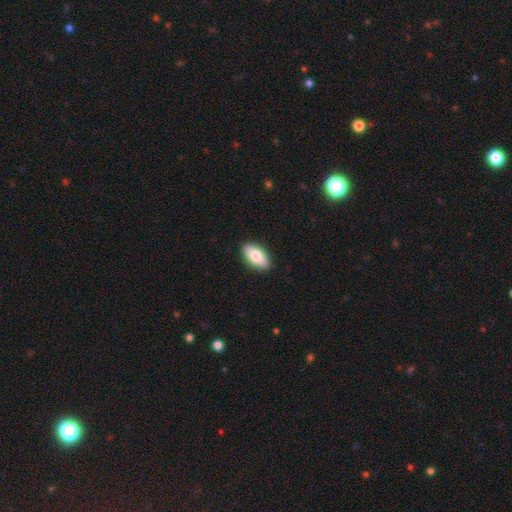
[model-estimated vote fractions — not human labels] Smooth or featured? smooth (79%)
How rounded? in between (92%)
Merging? none (90%)